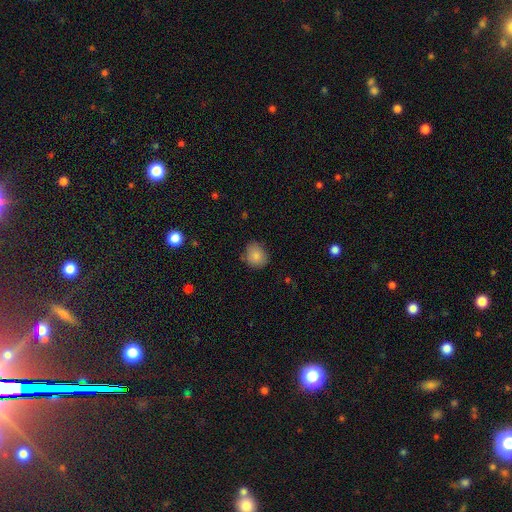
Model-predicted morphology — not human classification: Overall: smooth (84%). How rounded: round (68%; in between 31%). Merging: none (74%).